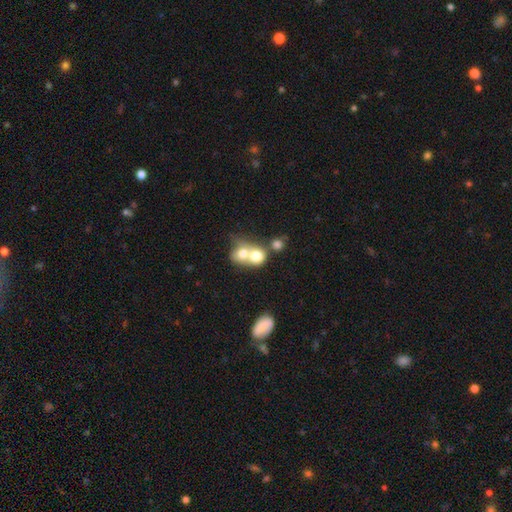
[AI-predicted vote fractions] smooth-or-featured: smooth: 71% | featured or disk: 19% | star or artifact: 10%
  how-rounded: round: 66% | in between: 33% | cigar-shaped: 1%
  merging: merger: 73% | none: 19% | minor disturbance: 5% | major disturbance: 4%